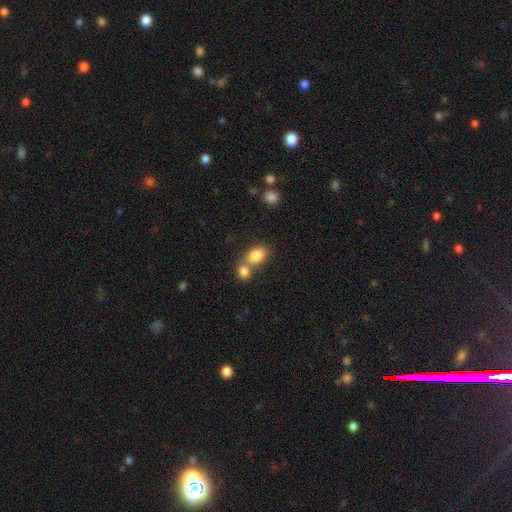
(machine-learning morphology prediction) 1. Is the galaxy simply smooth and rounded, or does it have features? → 84% smooth, 8% star or artifact, 8% featured or disk.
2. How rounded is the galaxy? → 75% in between, 23% round, 1% cigar-shaped.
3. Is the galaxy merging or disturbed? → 50% merger, 38% none, 8% minor disturbance, 3% major disturbance.